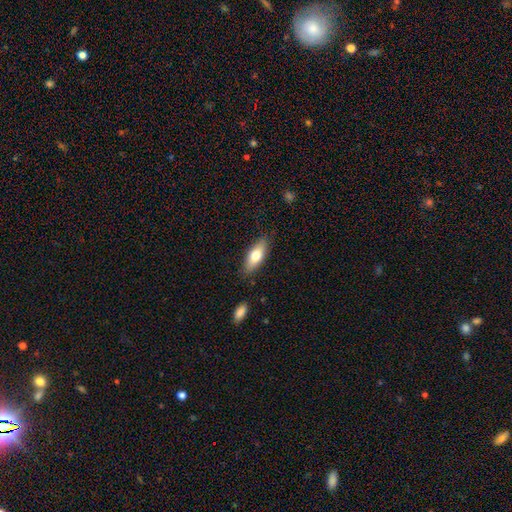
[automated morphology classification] Smooth or featured?
  - smooth: 71% *
  - featured or disk: 23%
  - star or artifact: 6%
How rounded?
  - in between: 69% *
  - cigar-shaped: 29%
  - round: 2%
Merging?
  - none: 84% *
  - minor disturbance: 11%
  - major disturbance: 2%
  - merger: 2%